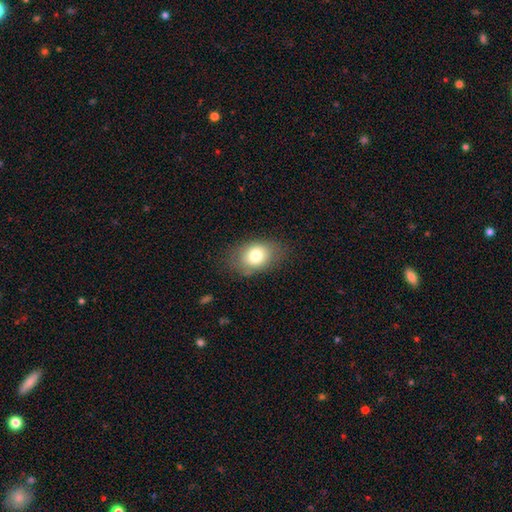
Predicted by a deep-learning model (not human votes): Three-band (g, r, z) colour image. It shows a smooth galaxy with no disk features (76%) that is in between round and cigar-shaped (76%). Merging: none (75%).